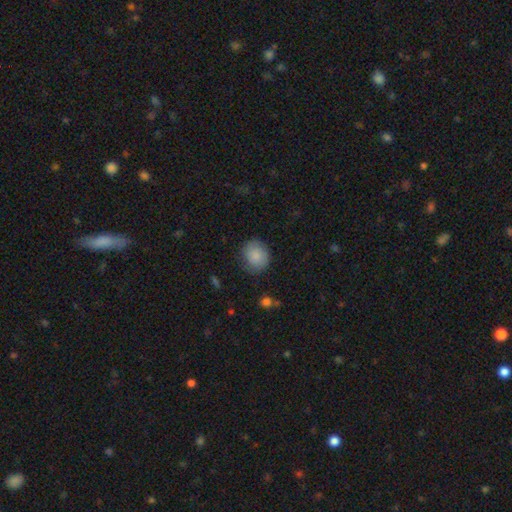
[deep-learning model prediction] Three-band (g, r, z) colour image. It shows a smooth galaxy with no disk features (85%) that is round (74%). Merging: none (78%).